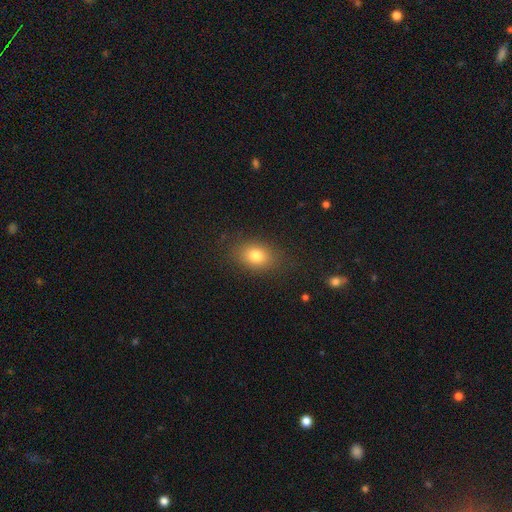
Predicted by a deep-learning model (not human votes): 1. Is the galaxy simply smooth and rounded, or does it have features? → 80% smooth, 11% star or artifact, 9% featured or disk.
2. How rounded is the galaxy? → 72% in between, 26% round, 2% cigar-shaped.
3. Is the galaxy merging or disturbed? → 83% none, 11% minor disturbance, 4% major disturbance, 1% merger.